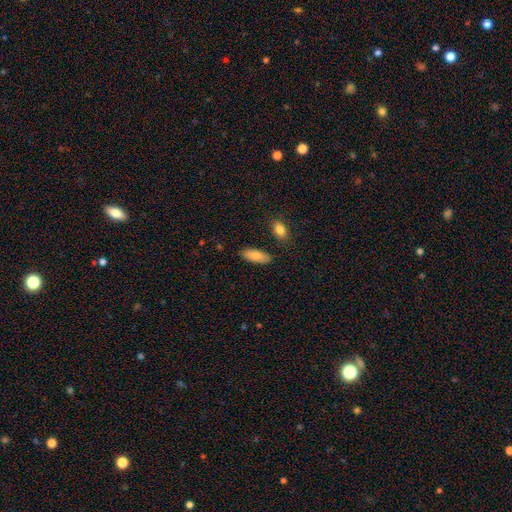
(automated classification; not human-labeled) smooth-or-featured: smooth: 82% | featured or disk: 12% | star or artifact: 6%
  how-rounded: in between: 78% | cigar-shaped: 20% | round: 2%
  merging: none: 84% | minor disturbance: 10% | merger: 3% | major disturbance: 2%